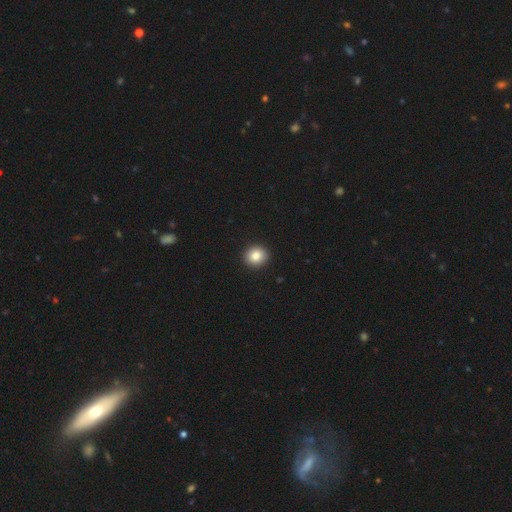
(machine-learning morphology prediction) Smooth or featured? Predicted: smooth (p=0.86). How rounded? Predicted: round (p=0.82). Merging? Predicted: none (p=0.93).